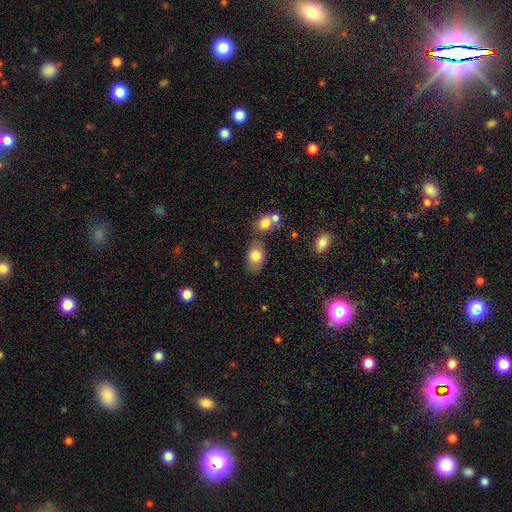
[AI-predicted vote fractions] This is clearly a smooth galaxy (81%). How rounded: clearly in between (84%). Merging: likely none (65%).